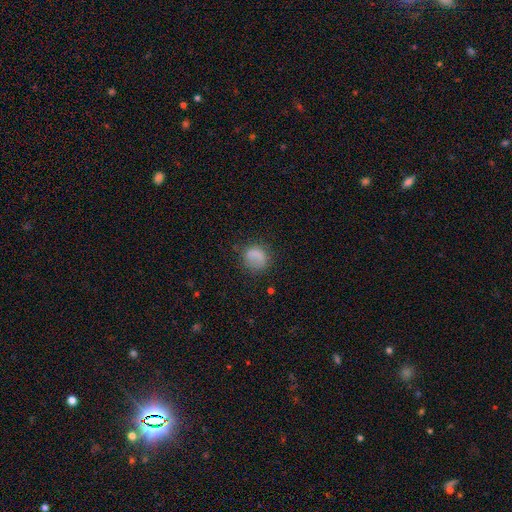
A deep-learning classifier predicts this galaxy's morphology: A smooth galaxy with no disk features (76%) that is round (71%). Merging: none (62%).